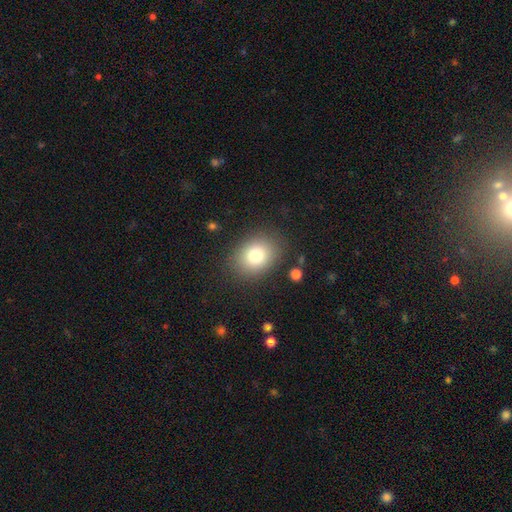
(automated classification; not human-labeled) A smooth galaxy with no disk features (79%) that is in between round and cigar-shaped (53%). Merging: none (85%).